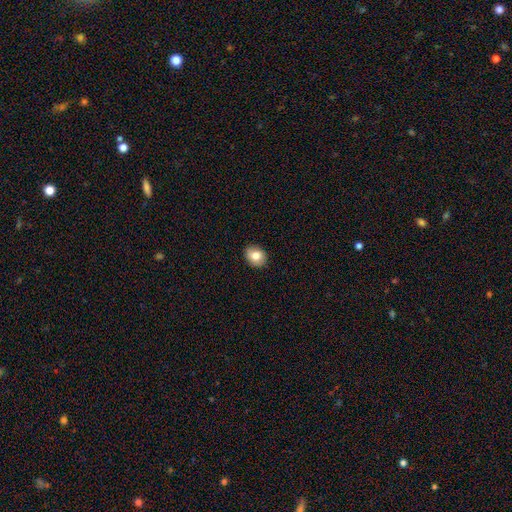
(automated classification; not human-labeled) A smooth galaxy with no disk features (81%) that is in between round and cigar-shaped (59%). Merging: none (88%).